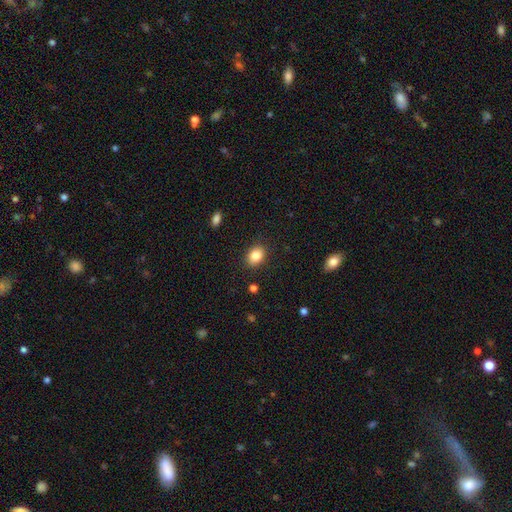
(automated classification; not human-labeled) This appears to be a smooth galaxy with no disk features (86%) that is in between round and cigar-shaped (63%). Merging: none (87%).